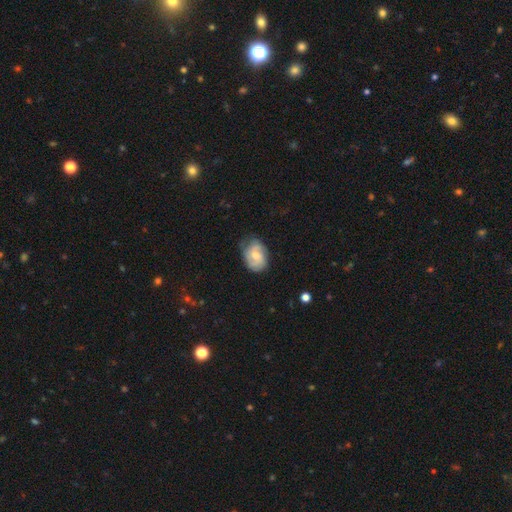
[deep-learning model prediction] smooth-or-featured: featured or disk: 51% | smooth: 42% | star or artifact: 7%
  disk-edge-on: no: 97% | yes: 3%
  merging: none: 63% | minor disturbance: 28% | major disturbance: 8% | merger: 1%